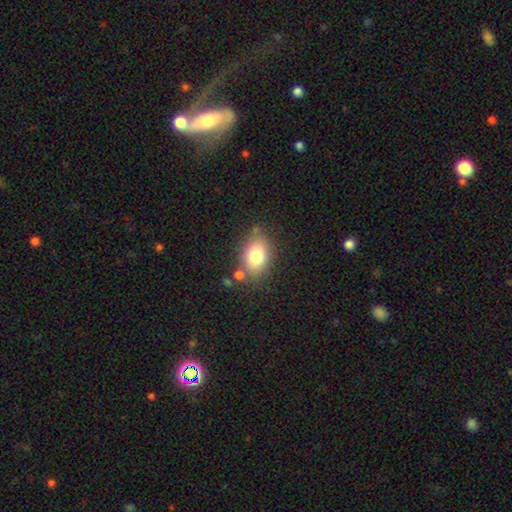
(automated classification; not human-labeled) Smooth or featured?
  - smooth: 78% *
  - featured or disk: 12%
  - star or artifact: 9%
How rounded?
  - in between: 80% *
  - round: 19%
  - cigar-shaped: 2%
Merging?
  - none: 73% *
  - minor disturbance: 15%
  - merger: 8%
  - major disturbance: 5%